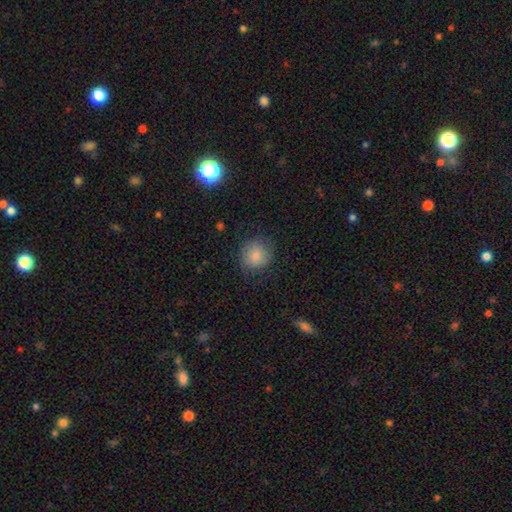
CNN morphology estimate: The model was most divided on "merging": none: 78%, minor disturbance: 16%, major disturbance: 6%, merger: 1%. More confident: how rounded — round (86%); smooth or featured — smooth (84%).